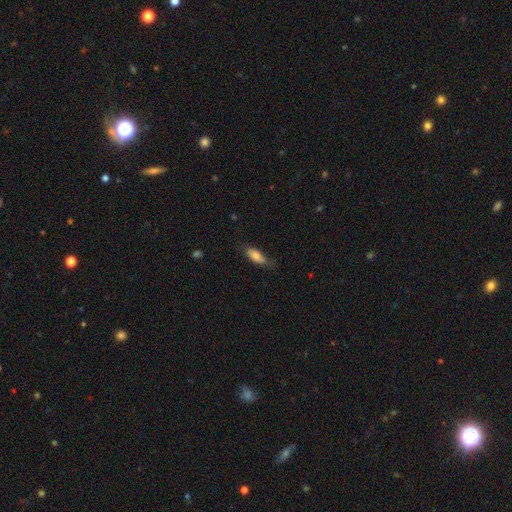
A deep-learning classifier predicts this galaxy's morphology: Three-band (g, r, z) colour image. It shows a smooth galaxy with no disk features (72%) that is in between round and cigar-shaped (71%). Merging: none (62%).